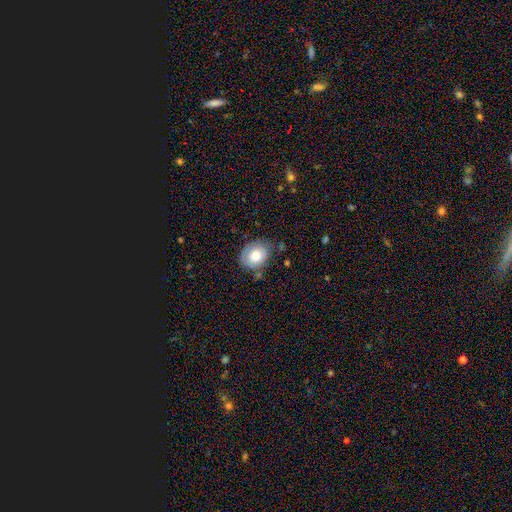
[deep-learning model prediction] Overall: smooth (70%). How rounded: in between (50%; round 49%). Merging: none (70%).